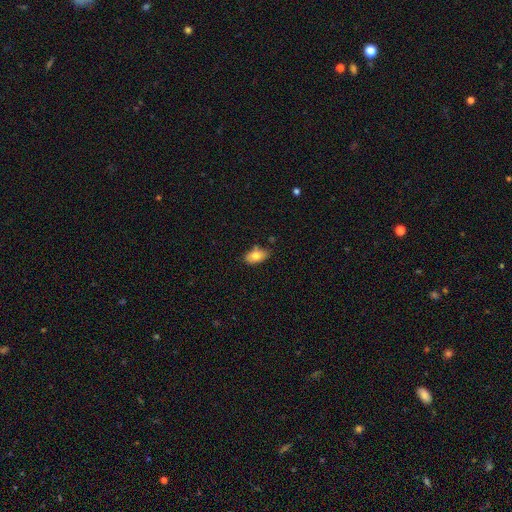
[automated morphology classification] Smooth or featured? smooth (78%)
How rounded? in between (91%)
Merging? none (72%)